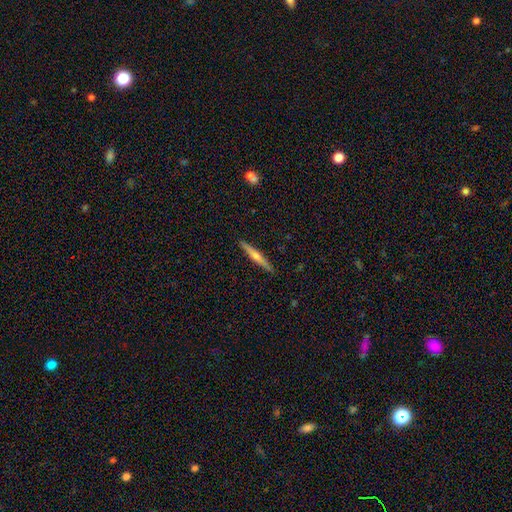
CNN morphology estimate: featured or disk 59%, smooth 35%, star or artifact 6%. Down the decision tree: edge-on disk — yes (97%); edge-on bulge — rounded (79%); merging — none (92%).